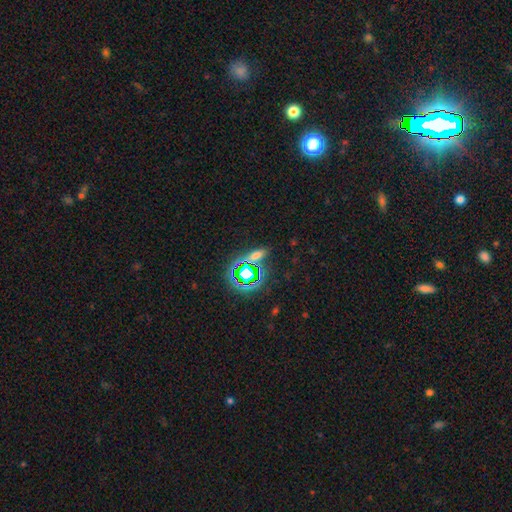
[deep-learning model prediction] A smooth galaxy with no disk features (47%).

Vote fractions:
- Smooth or featured? smooth: 47% / star or artifact: 42% / featured or disk: 11%
- Merging? none: 76% / minor disturbance: 12% / merger: 7% / major disturbance: 5%